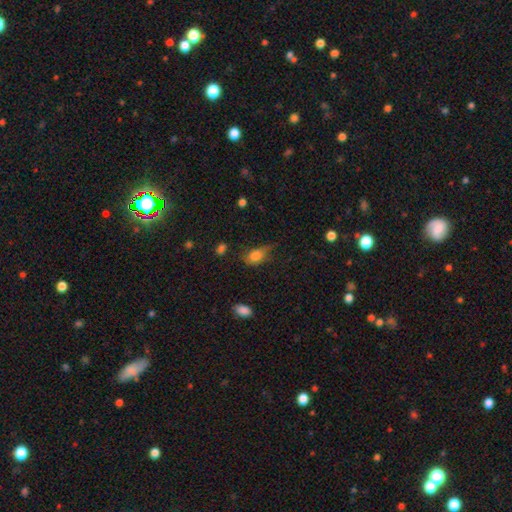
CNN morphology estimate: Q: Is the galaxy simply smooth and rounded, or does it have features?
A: smooth — 80%.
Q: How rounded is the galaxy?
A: in between — 82%.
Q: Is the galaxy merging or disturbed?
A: none — 42%.